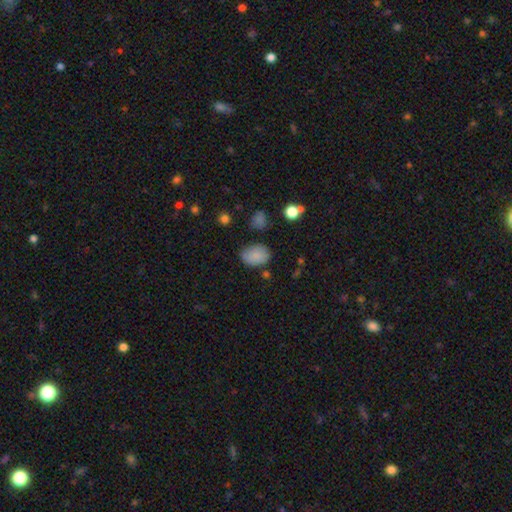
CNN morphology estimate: smooth-or-featured: smooth: 84% | star or artifact: 9% | featured or disk: 7%
  how-rounded: in between: 81% | round: 18% | cigar-shaped: 1%
  merging: none: 74% | minor disturbance: 18% | major disturbance: 5% | merger: 4%